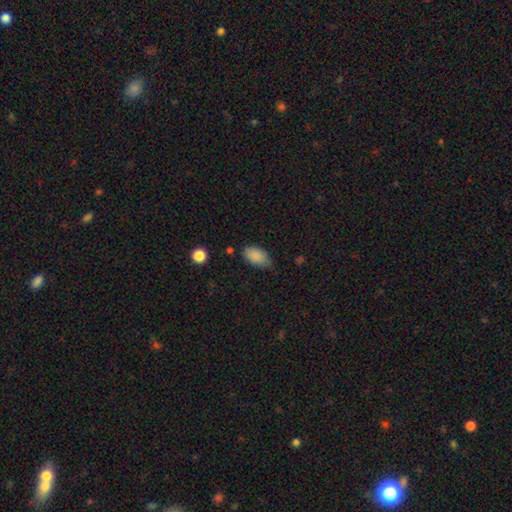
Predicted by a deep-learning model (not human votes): Q: Smooth or featured?
A: smooth (87%); runner-up: star or artifact (8%)
Q: How rounded?
A: in between (93%); runner-up: round (4%)
Q: Merging?
A: none (68%); runner-up: minor disturbance (25%)